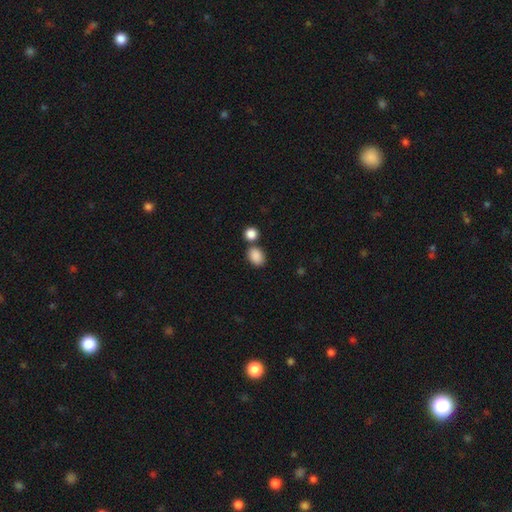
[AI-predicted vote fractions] smooth 87%, star or artifact 9%, featured or disk 4%. Down the decision tree: how rounded — in between (69%); merging — none (64%).